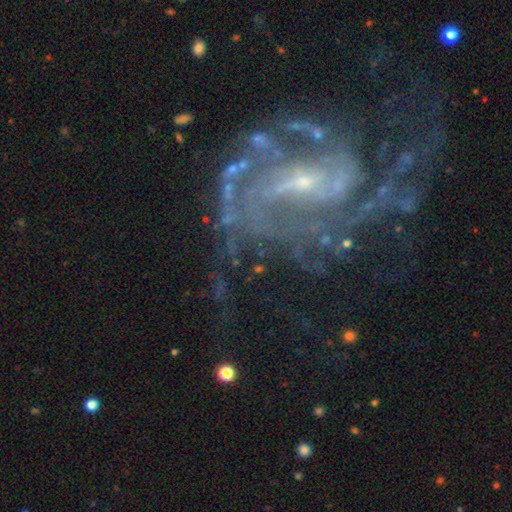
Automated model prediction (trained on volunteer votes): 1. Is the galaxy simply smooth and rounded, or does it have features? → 88% featured or disk, 8% star or artifact, 4% smooth.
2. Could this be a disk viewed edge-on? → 98% no, 2% yes.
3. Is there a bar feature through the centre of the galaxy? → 48% weak, 28% no, 24% strong.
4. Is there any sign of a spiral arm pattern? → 95% yes, 5% no.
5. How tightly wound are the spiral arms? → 44% medium, 40% tight, 17% loose.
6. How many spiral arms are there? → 25% can't tell (tied), 25% 2 (tied), 18% 3, 15% 4, 9% more than 4, 8% 1.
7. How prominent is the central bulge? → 78% small, 14% moderate, 6% none, 1% large, 1% dominant.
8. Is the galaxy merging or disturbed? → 55% none, 24% major disturbance, 18% minor disturbance, 4% merger.